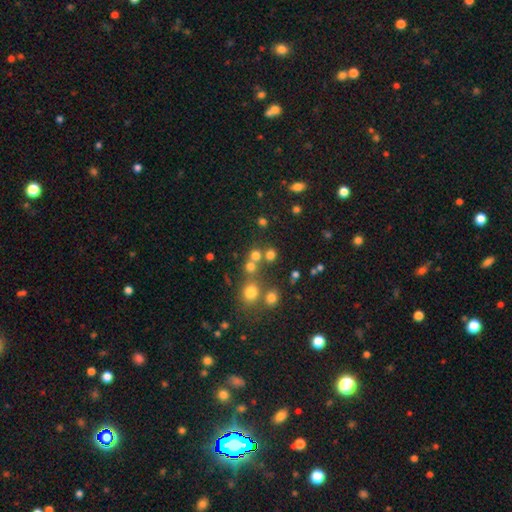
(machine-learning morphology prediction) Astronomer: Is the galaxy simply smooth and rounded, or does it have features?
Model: smooth — 68%.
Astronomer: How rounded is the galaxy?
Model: round — 88%.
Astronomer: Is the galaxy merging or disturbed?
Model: none — 62%.